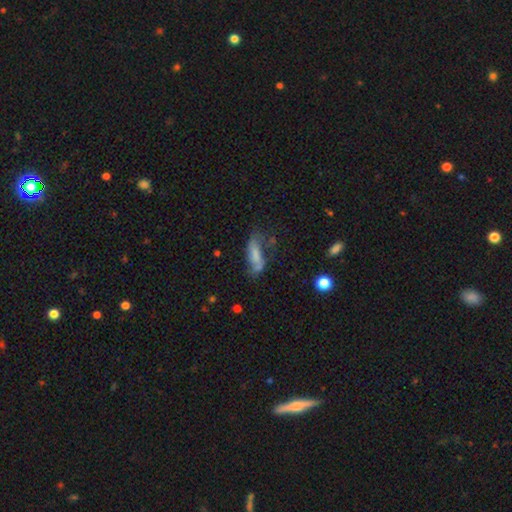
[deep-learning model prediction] smooth_or_featured: smooth (p=0.56) [alt: featured or disk p=0.34]
how_rounded: in between (p=0.62) [alt: cigar-shaped p=0.35]
merging: none (p=0.38) [alt: minor disturbance p=0.26]